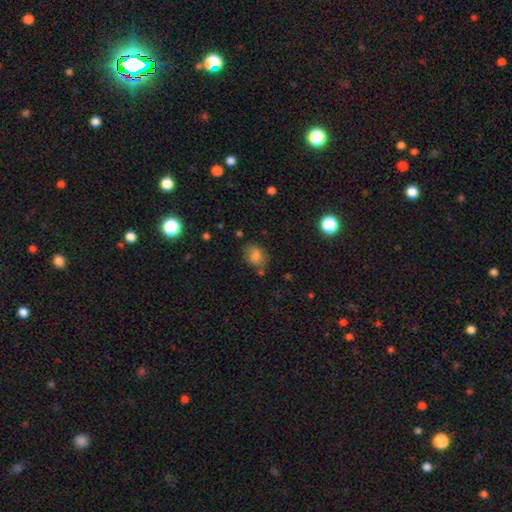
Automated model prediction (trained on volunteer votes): A smooth galaxy with no disk features (74%) that is in between round and cigar-shaped (59%).

Vote fractions:
- Smooth or featured? smooth: 74% / featured or disk: 15% / star or artifact: 11%
- How rounded? in between: 59% / round: 40% / cigar-shaped: 1%
- Merging? none: 65% / minor disturbance: 22% / major disturbance: 8% / merger: 5%